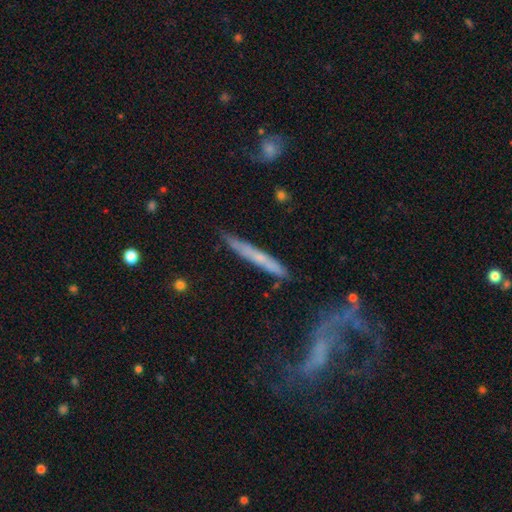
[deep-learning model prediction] Smooth or featured? Predicted: featured or disk (p=0.47). Merging? Predicted: none (p=0.77).